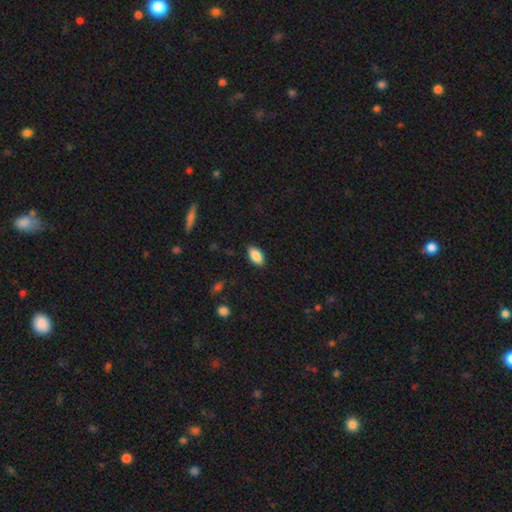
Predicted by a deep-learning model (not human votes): Smooth or featured: smooth — 88% (star or artifact — 7%)
How rounded: in between — 93% (cigar-shaped — 3%)
Merging: none — 86% (minor disturbance — 10%)